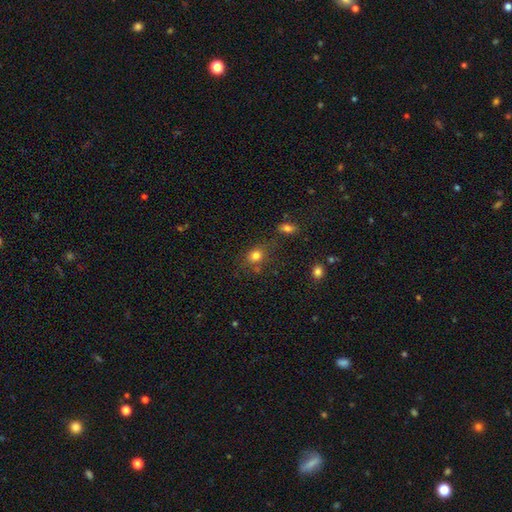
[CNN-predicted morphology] Smooth or featured: smooth — 79% (star or artifact — 14%)
How rounded: round — 63% (in between — 36%)
Merging: none — 66% (minor disturbance — 16%)